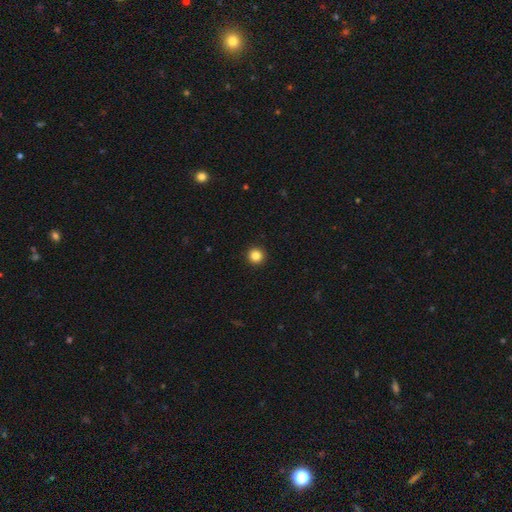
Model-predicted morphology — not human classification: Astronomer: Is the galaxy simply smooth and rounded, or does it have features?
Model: smooth — 84%.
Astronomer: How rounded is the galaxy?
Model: round — 96%.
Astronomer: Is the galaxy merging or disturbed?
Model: none — 94%.